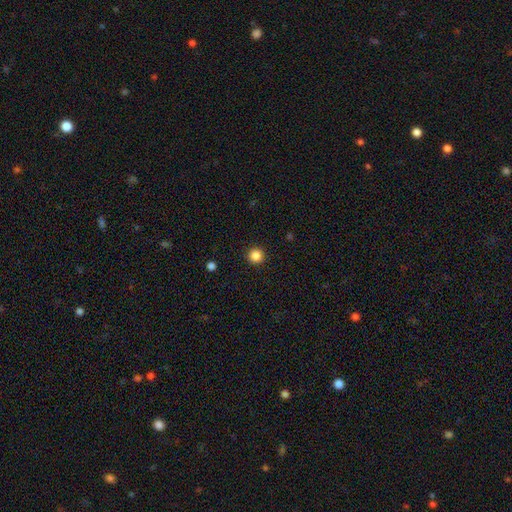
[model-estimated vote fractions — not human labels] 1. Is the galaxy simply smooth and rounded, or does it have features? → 86% smooth, 11% star or artifact, 3% featured or disk.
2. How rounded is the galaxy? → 96% round, 3% in between, 1% cigar-shaped.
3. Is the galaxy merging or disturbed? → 93% none, 4% minor disturbance, 2% major disturbance, 1% merger.